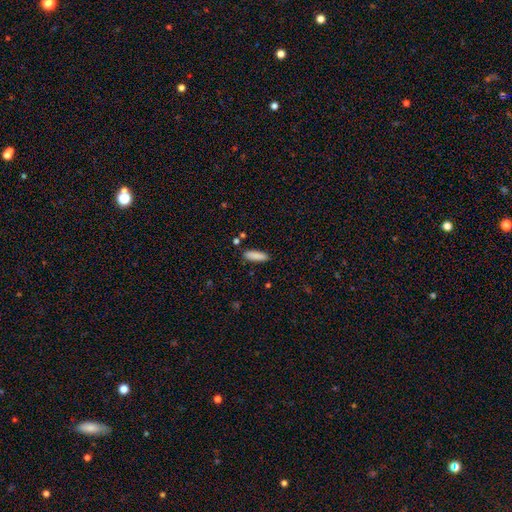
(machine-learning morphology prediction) smooth 87%, star or artifact 7%, featured or disk 6%. Down the decision tree: how rounded — cigar-shaped (56%); merging — none (86%).